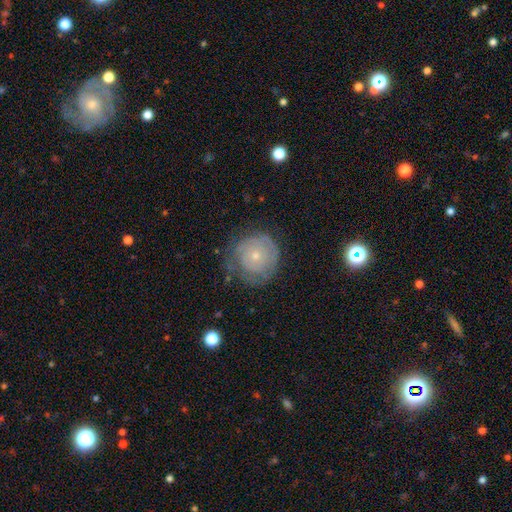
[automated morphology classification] Smooth or featured: featured or disk — 55% (smooth — 37%)
Edge-on disk: no — 97% (yes — 3%)
Bar: no — 88% (weak — 10%)
Spiral arms: yes — 68% (no — 32%)
Bulge size: small — 71% (moderate — 25%)
Merging: none — 67% (minor disturbance — 21%)